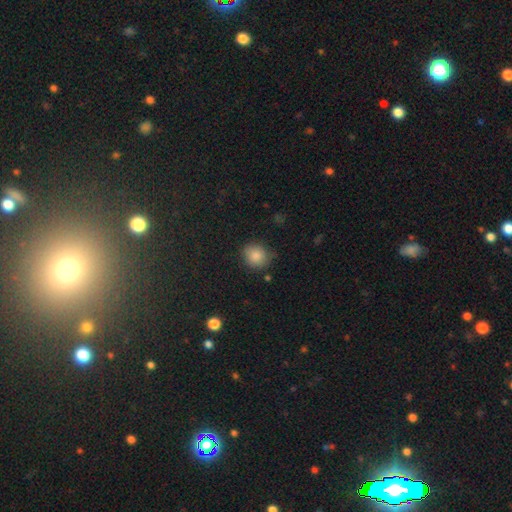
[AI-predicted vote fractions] Q: Smooth or featured?
A: smooth (85%); runner-up: star or artifact (10%)
Q: How rounded?
A: round (83%); runner-up: in between (16%)
Q: Merging?
A: none (77%); runner-up: minor disturbance (17%)